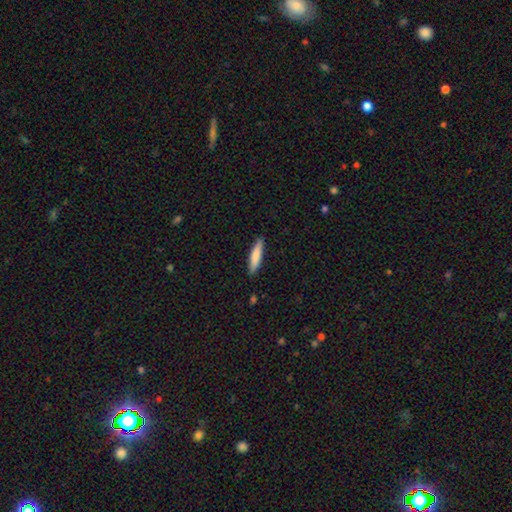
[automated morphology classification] Smooth or featured?
  - smooth: 78% *
  - featured or disk: 17%
  - star or artifact: 5%
How rounded?
  - cigar-shaped: 86% *
  - in between: 13%
  - round: 1%
Merging?
  - none: 89% *
  - minor disturbance: 8%
  - major disturbance: 2%
  - merger: 1%